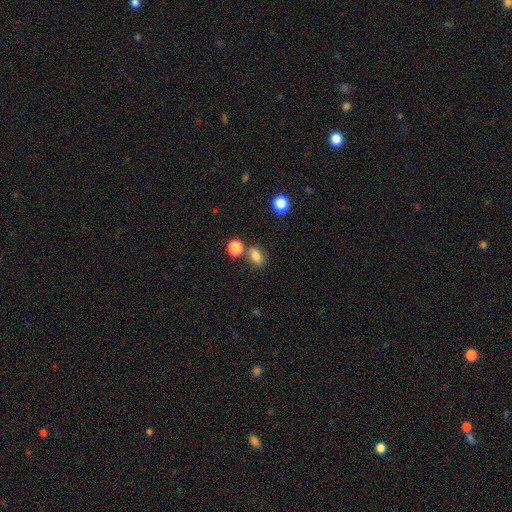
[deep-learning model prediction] This is likely a smooth galaxy (80%). How rounded: likely in between (75%). Merging: likely none (65%).